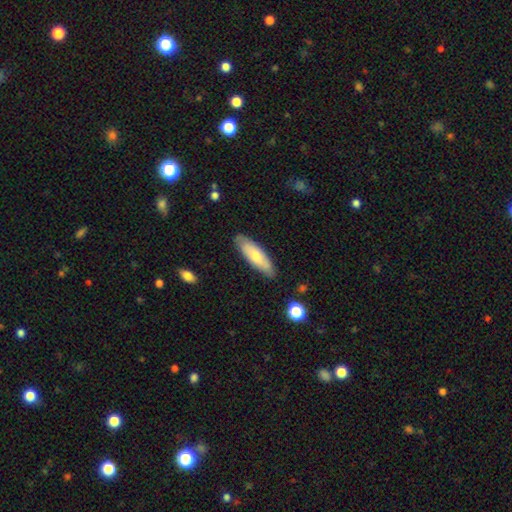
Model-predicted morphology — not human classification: smooth 65%, featured or disk 30%, star or artifact 5%. Down the decision tree: how rounded — in between (50%); merging — none (83%).